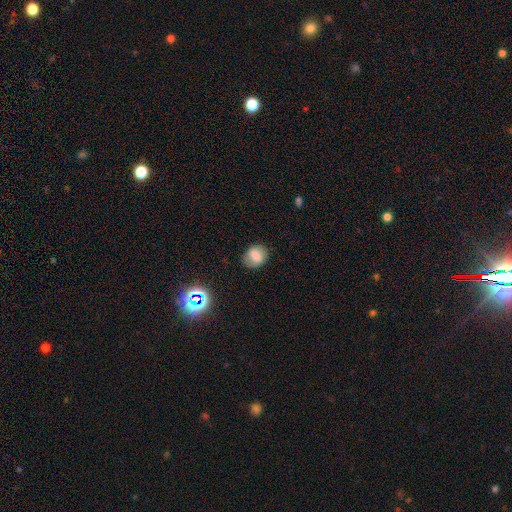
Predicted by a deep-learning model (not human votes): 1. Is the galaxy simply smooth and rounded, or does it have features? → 76% smooth, 13% featured or disk, 11% star or artifact.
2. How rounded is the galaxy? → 58% round, 41% in between, 1% cigar-shaped.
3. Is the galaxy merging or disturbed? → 81% none, 14% minor disturbance, 4% major disturbance, 1% merger.